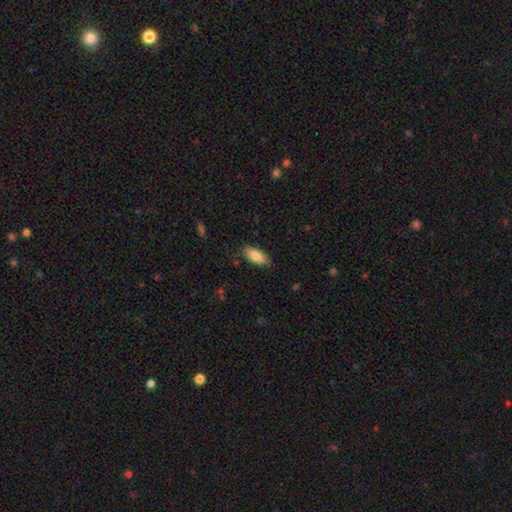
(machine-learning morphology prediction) This appears to be a smooth galaxy with no disk features (85%) that is in between round and cigar-shaped (88%). Merging: none (81%).